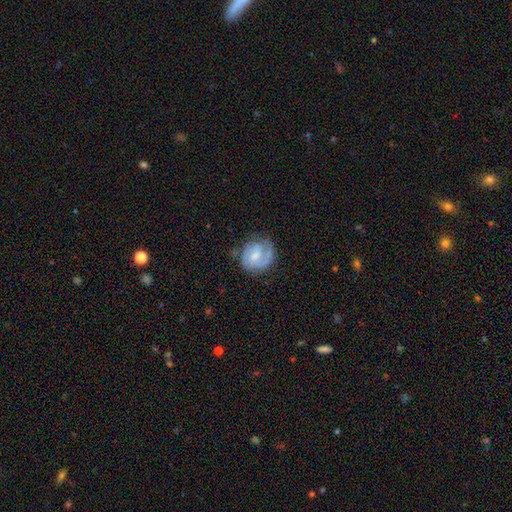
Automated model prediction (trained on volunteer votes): This appears to be a featured or disk galaxy (68%) with a weak bar (56%), 2 (52%) tight (44%) spiral arms (87%) and a moderate central bulge (37%). Merging: none (62%).